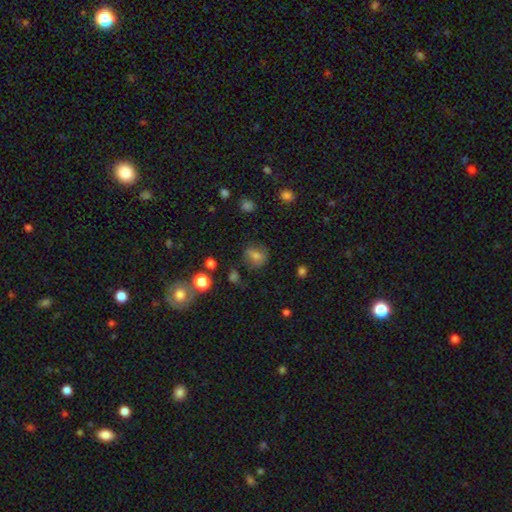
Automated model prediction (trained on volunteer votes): Morphology: type=smooth (68%); roundness=round (64%); merging=none (73%).